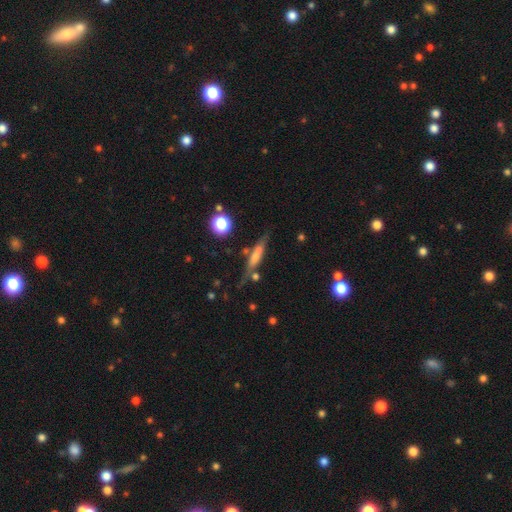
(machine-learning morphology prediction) type=featured or disk (47%); merging=none (65%).